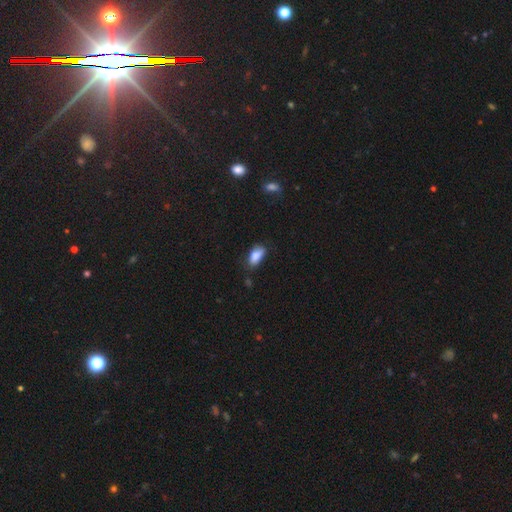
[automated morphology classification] This appears to be a smooth galaxy with no disk features (85%) that is in between round and cigar-shaped (90%). Merging: none (61%).